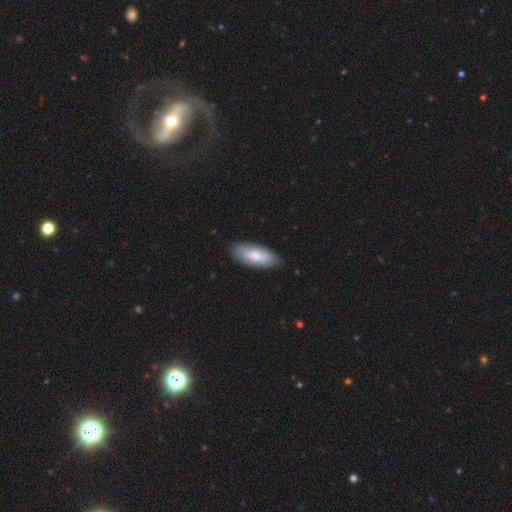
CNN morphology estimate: type=smooth (81%); roundness=in between (79%); merging=none (84%).